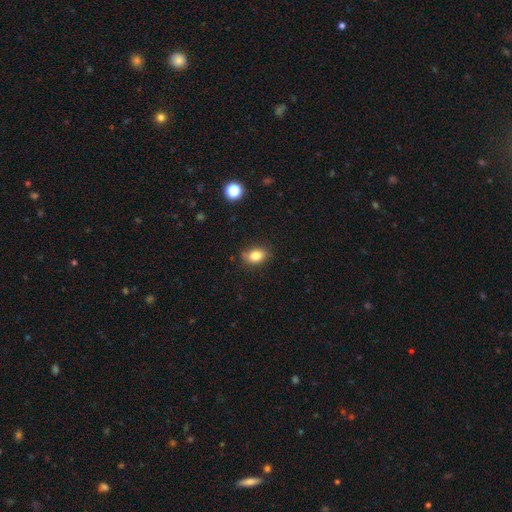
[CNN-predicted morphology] smooth 83%, star or artifact 10%, featured or disk 8%. Down the decision tree: how rounded — in between (77%); merging — none (79%).